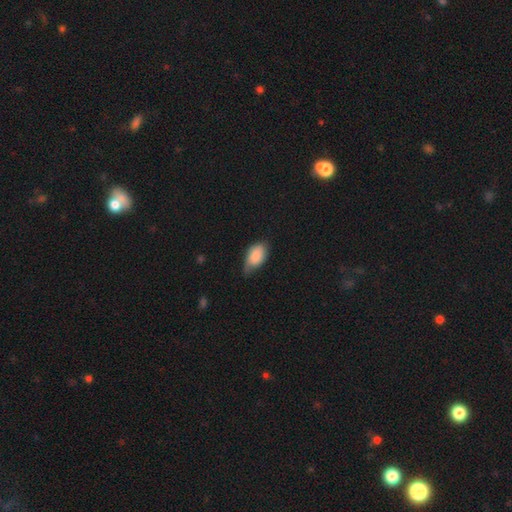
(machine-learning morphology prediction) The model was most divided on "merging": minor disturbance: 49%, none: 38%, major disturbance: 11%, merger: 2%. More confident: how rounded — in between (92%); smooth or featured — smooth (84%).